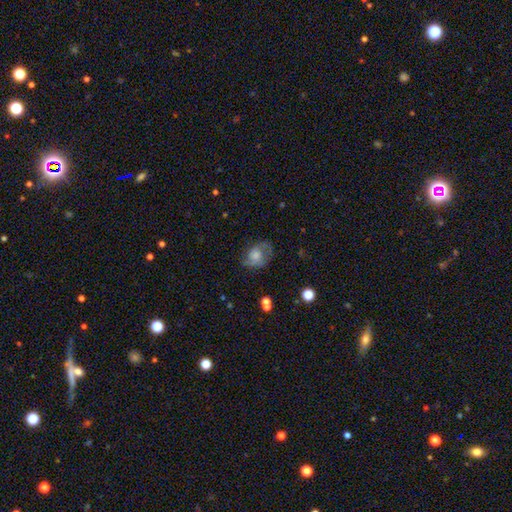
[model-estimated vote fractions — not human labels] smooth_or_featured: featured or disk (p=0.47) [alt: smooth p=0.44]
merging: none (p=0.53) [alt: minor disturbance p=0.26]